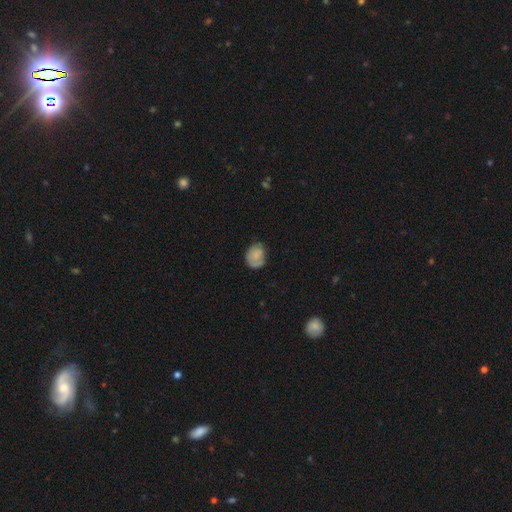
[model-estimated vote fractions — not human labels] This is likely a smooth galaxy (69%). How rounded: possibly in between (50%). Merging: possibly none (57%).